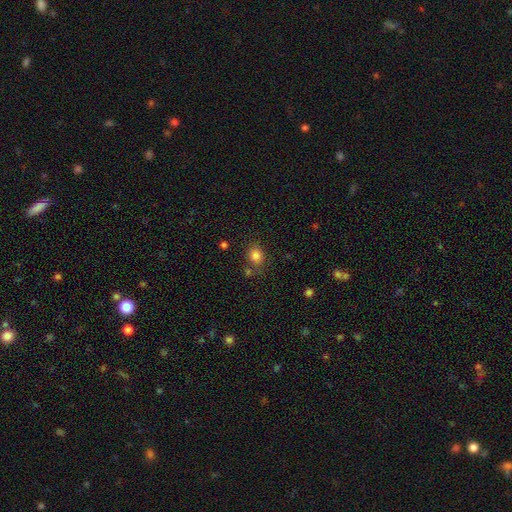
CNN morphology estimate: Smooth or featured? Predicted: smooth (p=0.83). How rounded? Predicted: round (p=0.61). Merging? Predicted: none (p=0.73).